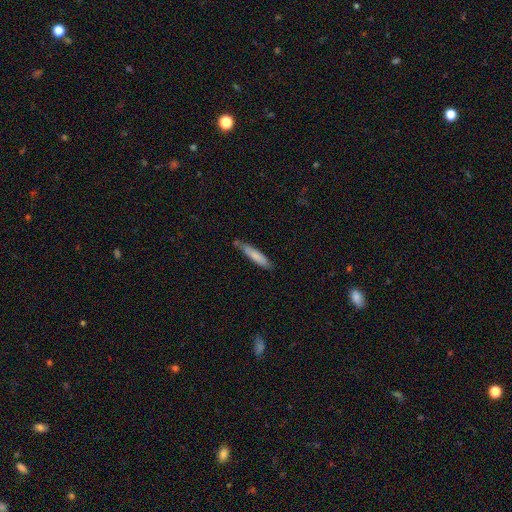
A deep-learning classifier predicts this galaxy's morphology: Overall: smooth (77%). How rounded: cigar-shaped (87%). Merging: none (70%).